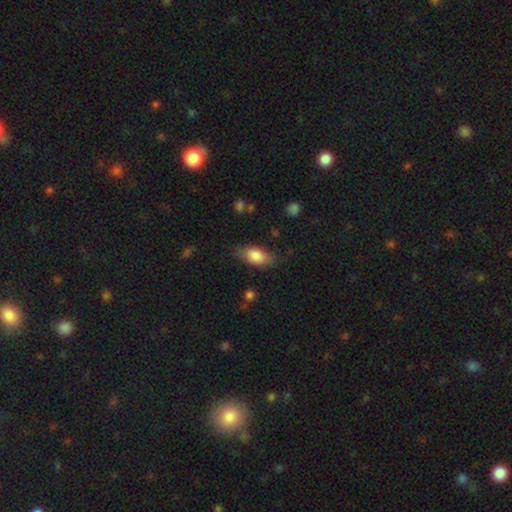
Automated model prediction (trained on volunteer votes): Smooth or featured? smooth (80%)
How rounded? in between (86%)
Merging? none (70%)